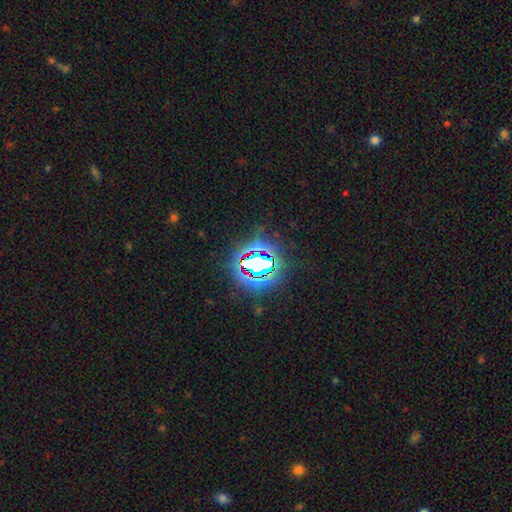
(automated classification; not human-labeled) A star or artifact, not a galaxy (80%).